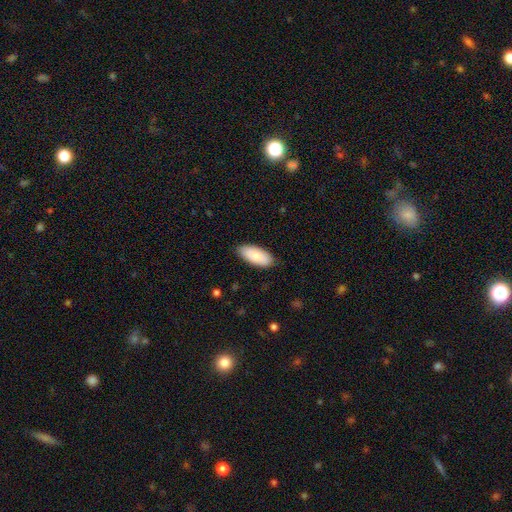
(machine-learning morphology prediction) Smooth or featured: smooth — 81% (featured or disk — 13%)
How rounded: in between — 90% (cigar-shaped — 8%)
Merging: none — 85% (minor disturbance — 12%)